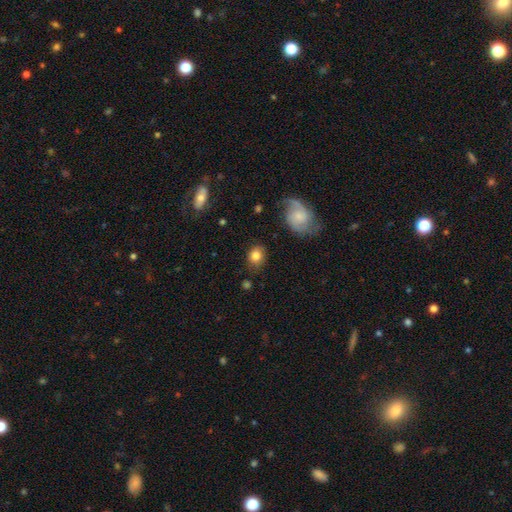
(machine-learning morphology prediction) Smooth or featured: smooth — 80% (featured or disk — 12%)
How rounded: round — 54% (in between — 45%)
Merging: none — 80% (minor disturbance — 14%)